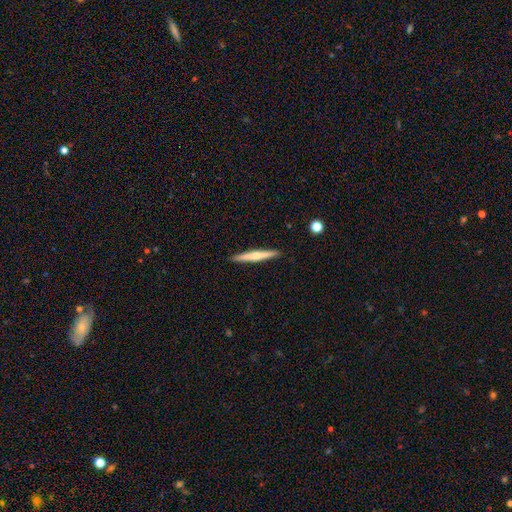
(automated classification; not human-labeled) Morphology: type=smooth (49%); merging=none (92%).